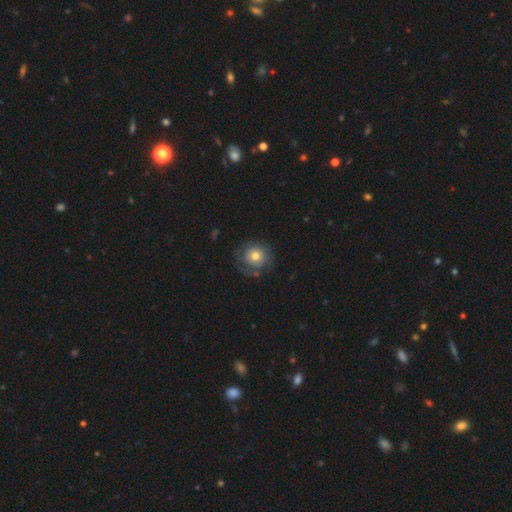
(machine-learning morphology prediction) type=smooth (58%); roundness=round (90%); merging=none (66%).